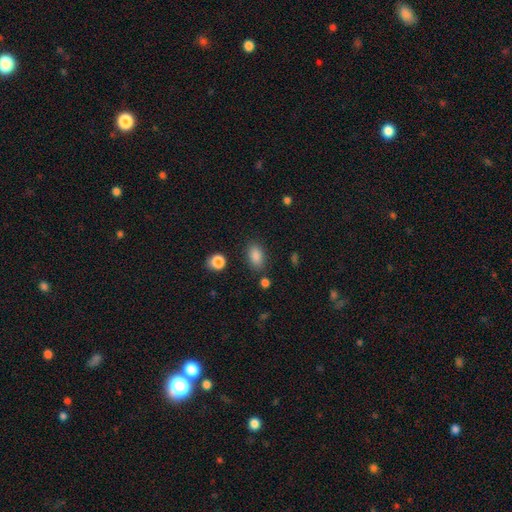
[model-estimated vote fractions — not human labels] Morphology: type=smooth (87%); roundness=in between (88%); merging=none (80%).